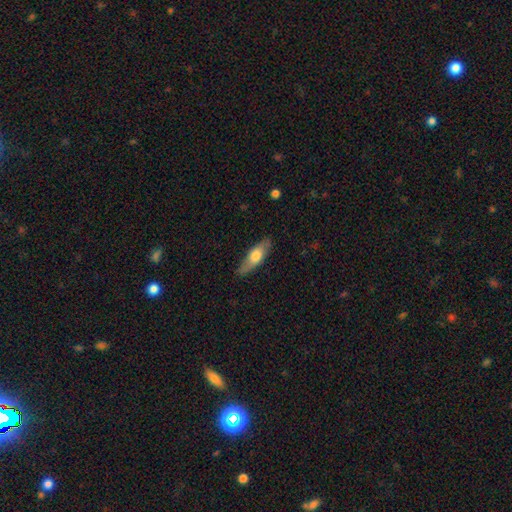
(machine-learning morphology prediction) smooth_or_featured: smooth (p=0.60) [alt: featured or disk p=0.34]
how_rounded: in between (p=0.51) [alt: cigar-shaped p=0.46]
merging: none (p=0.82) [alt: minor disturbance p=0.14]